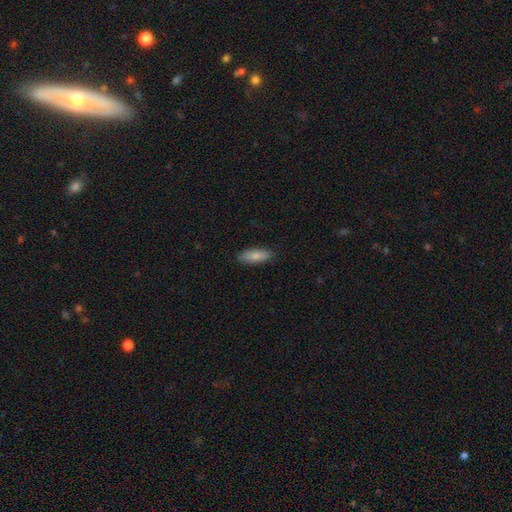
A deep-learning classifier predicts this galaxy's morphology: smooth-or-featured: smooth: 82% | featured or disk: 12% | star or artifact: 6%
  how-rounded: in between: 72% | cigar-shaped: 26% | round: 2%
  merging: none: 87% | minor disturbance: 10% | major disturbance: 2% | merger: 1%